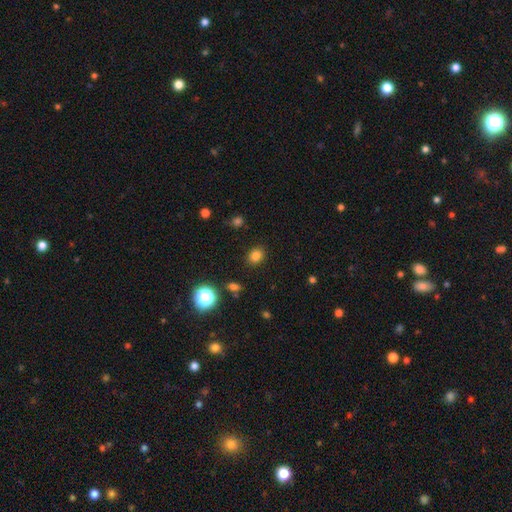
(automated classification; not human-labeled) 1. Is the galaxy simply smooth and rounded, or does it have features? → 80% smooth, 15% star or artifact, 5% featured or disk.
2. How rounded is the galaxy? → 51% round, 48% in between, 1% cigar-shaped.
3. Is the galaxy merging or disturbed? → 87% none, 8% minor disturbance, 3% major disturbance, 2% merger.